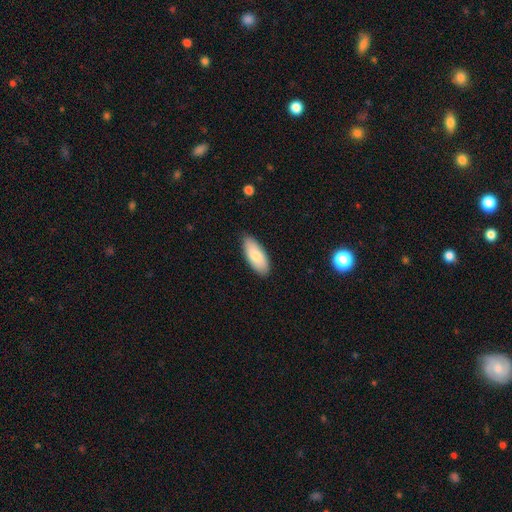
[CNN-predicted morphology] smooth_or_featured: smooth (p=0.82) [alt: featured or disk p=0.12]
how_rounded: in between (p=0.85) [alt: cigar-shaped p=0.13]
merging: none (p=0.85) [alt: minor disturbance p=0.12]